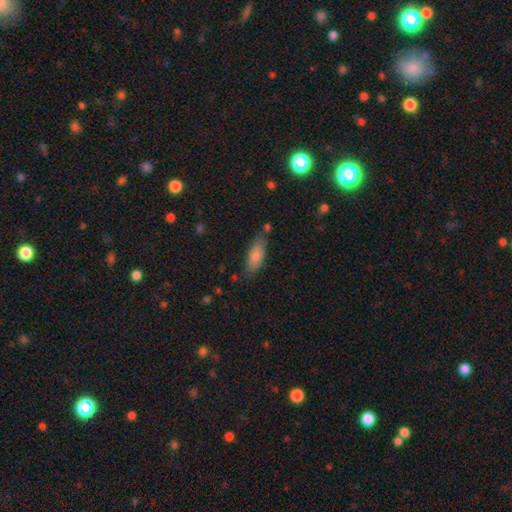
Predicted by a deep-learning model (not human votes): This appears to be a smooth galaxy with no disk features (82%) that is in between round and cigar-shaped (71%). Merging: none (70%).